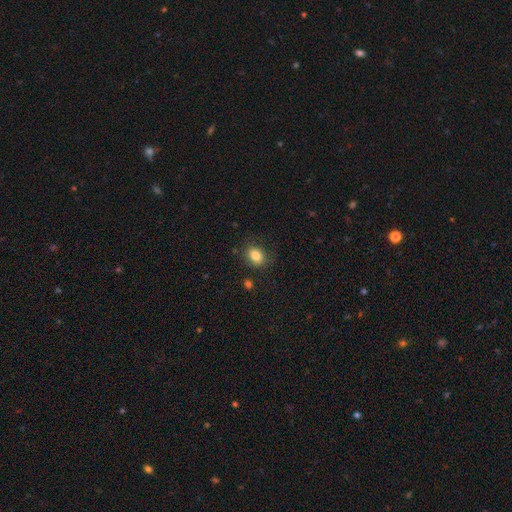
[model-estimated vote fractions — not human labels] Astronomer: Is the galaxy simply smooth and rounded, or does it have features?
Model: smooth — 84%.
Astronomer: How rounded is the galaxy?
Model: in between — 60% (runner-up: round, 38%).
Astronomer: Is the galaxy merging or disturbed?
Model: none — 80%.